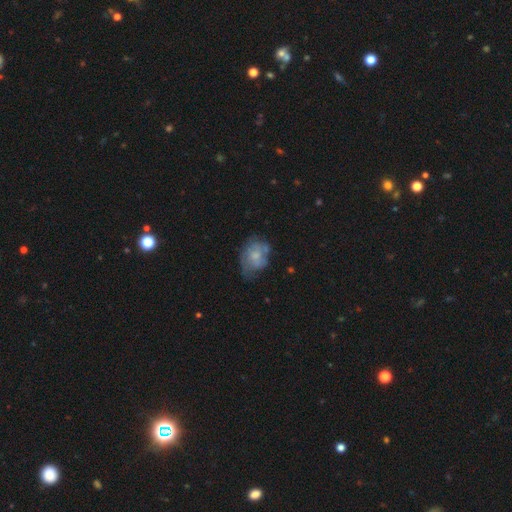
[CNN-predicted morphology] A smooth galaxy with no disk features (47%).

Vote fractions:
- Smooth or featured? smooth: 47% / featured or disk: 45% / star or artifact: 8%
- Merging? none: 41% / minor disturbance: 34% / major disturbance: 20% / merger: 5%